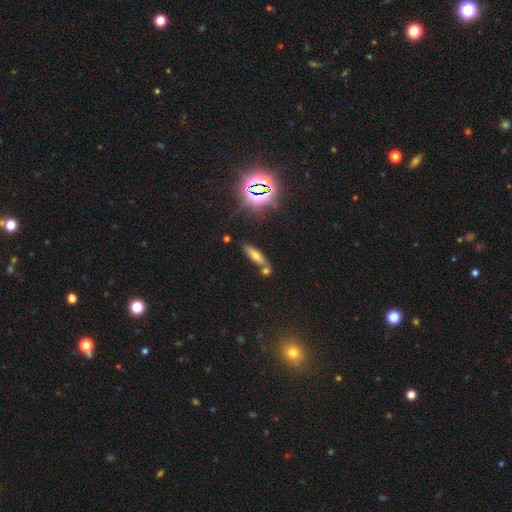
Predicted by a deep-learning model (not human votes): This is possibly a smooth galaxy (52%). How rounded: possibly cigar-shaped (49%). Merging: possibly none (60%).